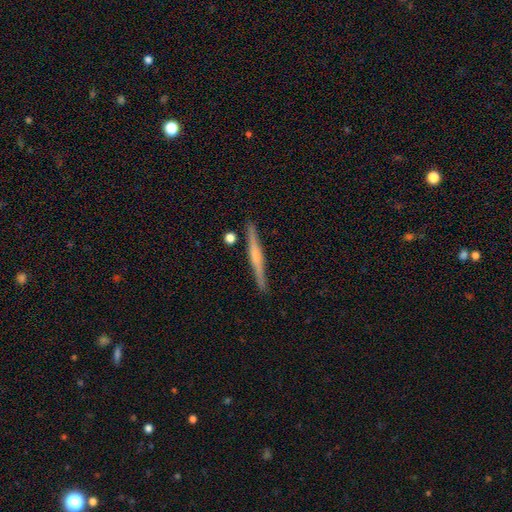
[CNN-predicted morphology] Q: Smooth or featured?
A: featured or disk (70%); runner-up: smooth (24%)
Q: Edge-on disk?
A: yes (98%); runner-up: no (2%)
Q: Edge-on bulge?
A: rounded (69%); runner-up: none (22%)
Q: Merging?
A: none (89%); runner-up: minor disturbance (7%)